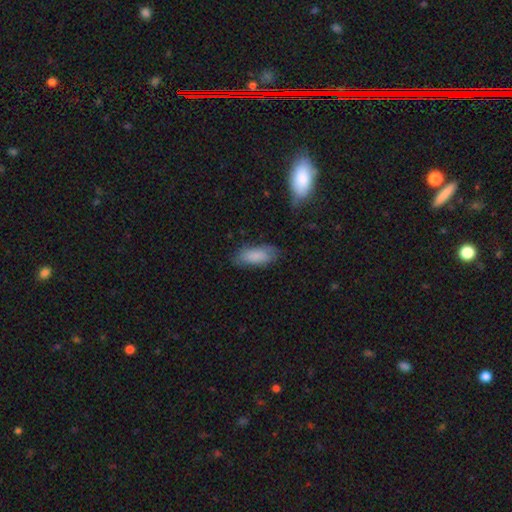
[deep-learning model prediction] Smooth or featured? smooth (82%)
How rounded? in between (82%)
Merging? none (72%)